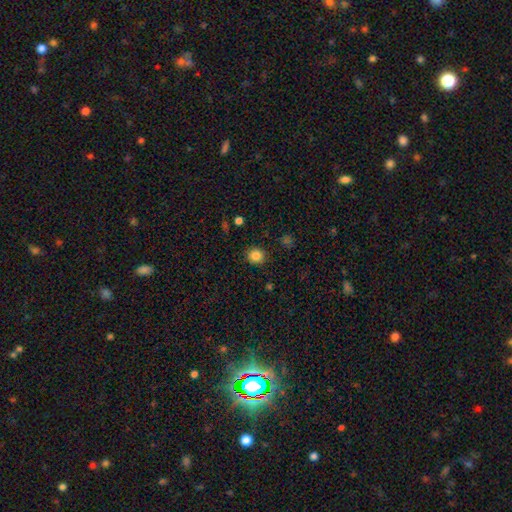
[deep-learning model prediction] Overall: smooth (84%). How rounded: round (88%). Merging: none (90%).